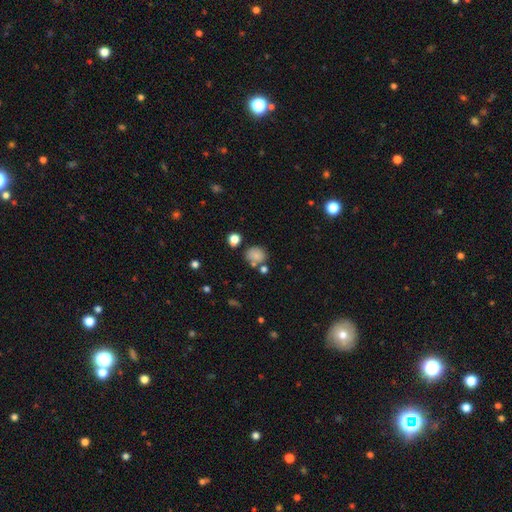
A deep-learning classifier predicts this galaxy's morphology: The model was most divided on "how rounded": round: 72%, in between: 27%, cigar-shaped: 1%. More confident: smooth or featured — smooth (79%); merging — none (68%).